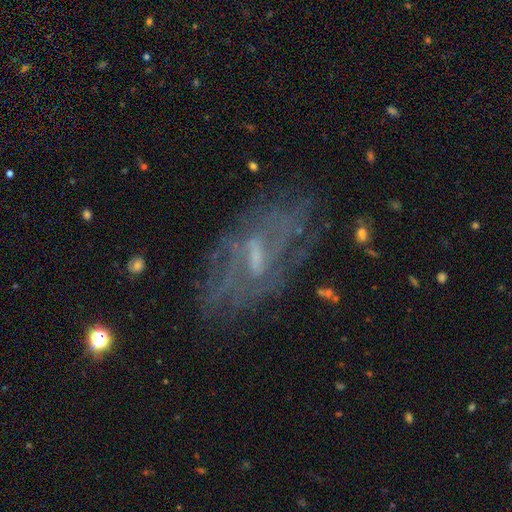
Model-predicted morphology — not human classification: This appears to be a featured or disk galaxy (66%) with a weak bar (51%), spiral arms (65%) and a small central bulge (53%). Merging: none (73%).